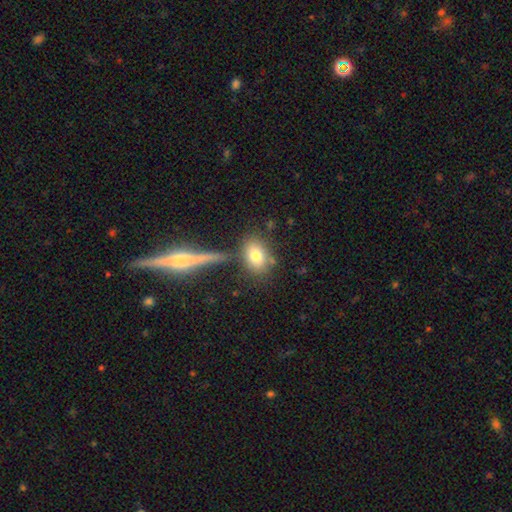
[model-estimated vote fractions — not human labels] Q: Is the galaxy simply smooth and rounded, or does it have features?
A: smooth — 77%.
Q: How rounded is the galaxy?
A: in between — 69%.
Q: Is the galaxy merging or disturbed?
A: none — 69%.